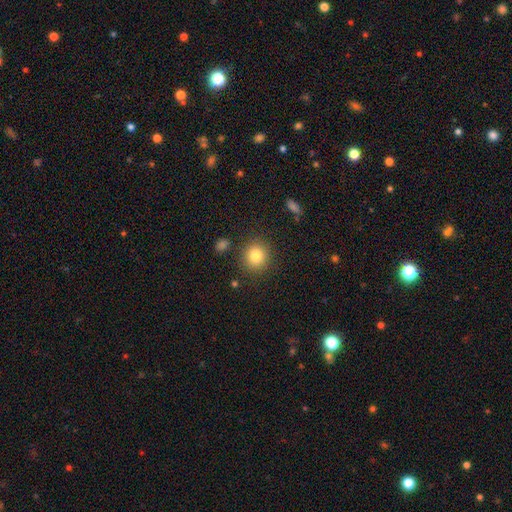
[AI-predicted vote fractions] smooth 82%, star or artifact 11%, featured or disk 8%. Down the decision tree: how rounded — round (89%); merging — none (87%).